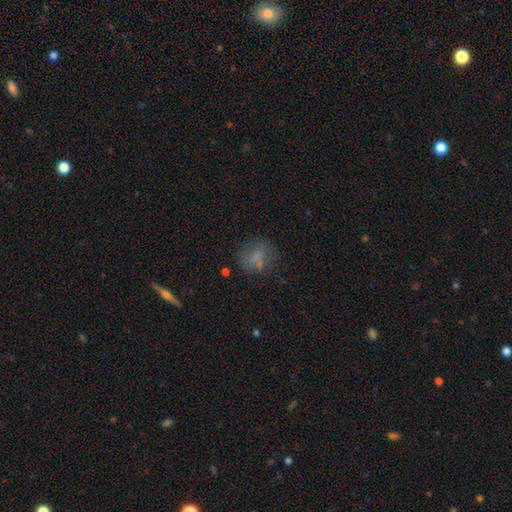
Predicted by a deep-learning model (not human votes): smooth_or_featured: smooth (p=0.63) [alt: featured or disk p=0.21]
how_rounded: round (p=0.65) [alt: in between p=0.33]
merging: none (p=0.65) [alt: minor disturbance p=0.18]